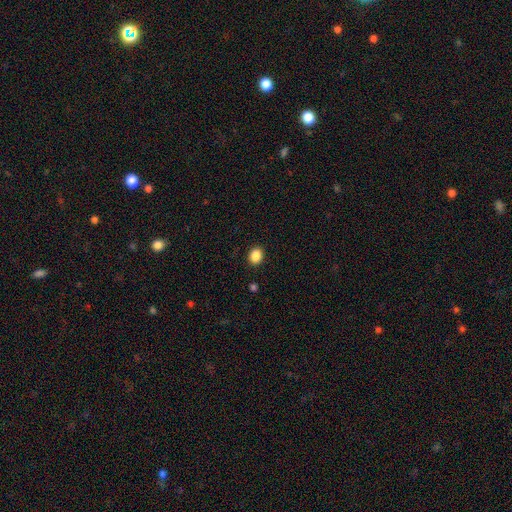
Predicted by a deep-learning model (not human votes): Smooth or featured?
  - smooth: 87% *
  - star or artifact: 9%
  - featured or disk: 3%
How rounded?
  - round: 56% *
  - in between: 44%
  - cigar-shaped: 1%
Merging?
  - none: 91% *
  - minor disturbance: 6%
  - major disturbance: 2%
  - merger: 1%